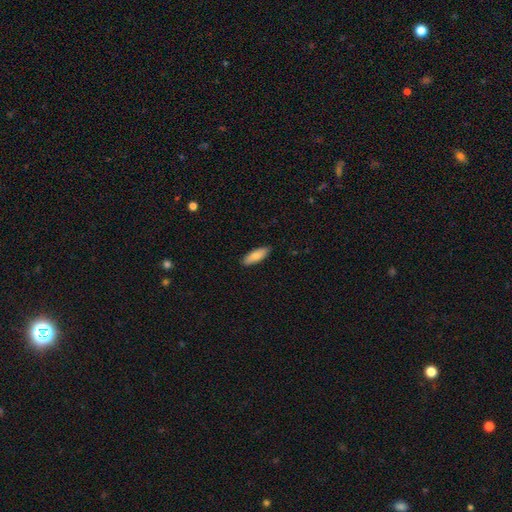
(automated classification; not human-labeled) Q: Smooth or featured?
A: smooth (84%); runner-up: featured or disk (10%)
Q: How rounded?
A: in between (62%); runner-up: cigar-shaped (36%)
Q: Merging?
A: none (89%); runner-up: minor disturbance (9%)